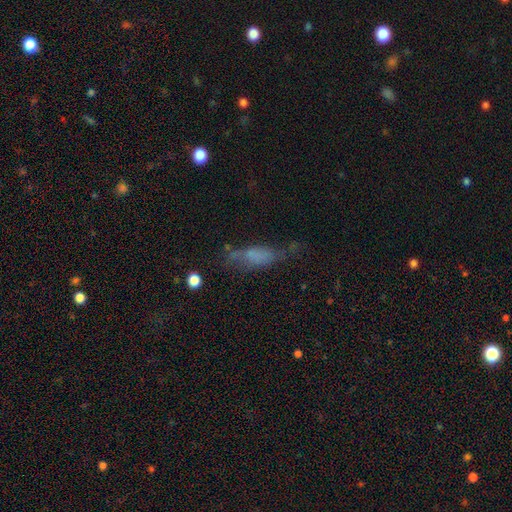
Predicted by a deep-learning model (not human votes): smooth 58%, featured or disk 29%, star or artifact 14%. Down the decision tree: how rounded — in between (50%); merging — none (45%).